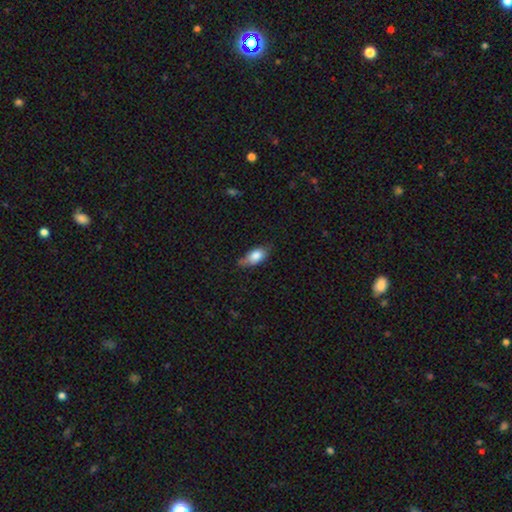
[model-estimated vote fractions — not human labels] Smooth or featured? Predicted: smooth (p=0.79). How rounded? Predicted: in between (p=0.87). Merging? Predicted: none (p=0.53).